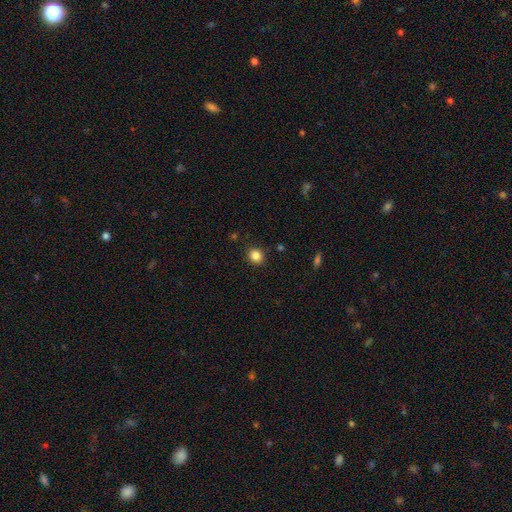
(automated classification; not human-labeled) smooth 85%, star or artifact 11%, featured or disk 4%. Down the decision tree: how rounded — round (79%); merging — none (89%).